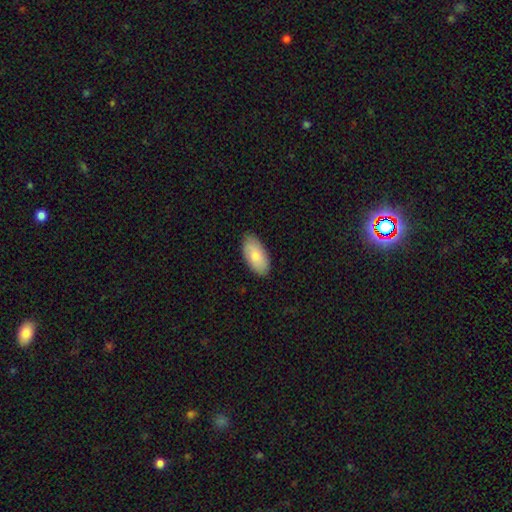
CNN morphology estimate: smooth_or_featured: smooth (p=0.81) [alt: featured or disk p=0.13]
how_rounded: in between (p=0.94) [alt: cigar-shaped p=0.03]
merging: none (p=0.85) [alt: minor disturbance p=0.12]